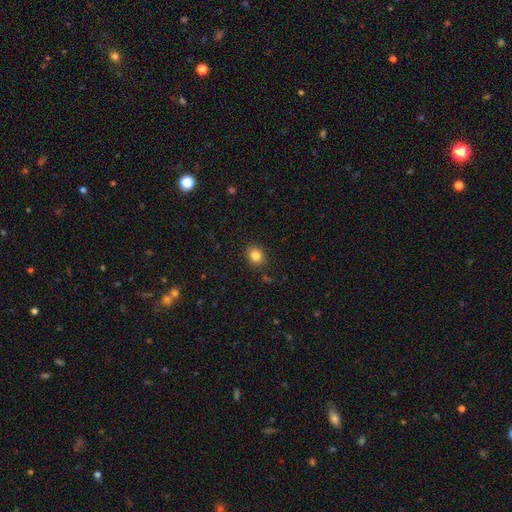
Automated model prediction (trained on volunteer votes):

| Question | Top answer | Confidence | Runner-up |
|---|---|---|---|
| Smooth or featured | smooth | 83% | star or artifact (11%) |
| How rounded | round | 70% | in between (29%) |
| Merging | none | 88% | minor disturbance (9%) |